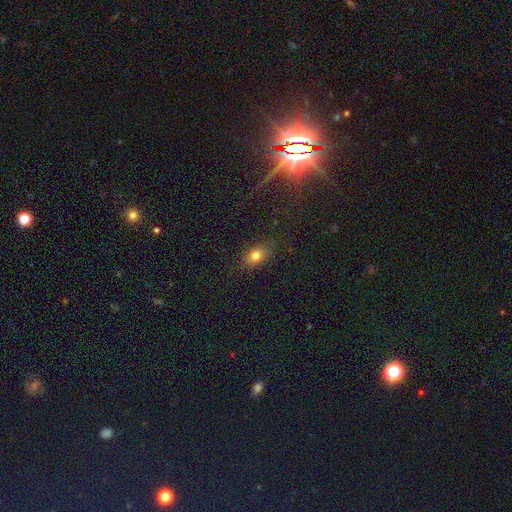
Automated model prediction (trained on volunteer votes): smooth-or-featured: smooth: 76% | star or artifact: 14% | featured or disk: 10%
  how-rounded: in between: 76% | round: 20% | cigar-shaped: 4%
  merging: none: 84% | minor disturbance: 11% | major disturbance: 3% | merger: 1%